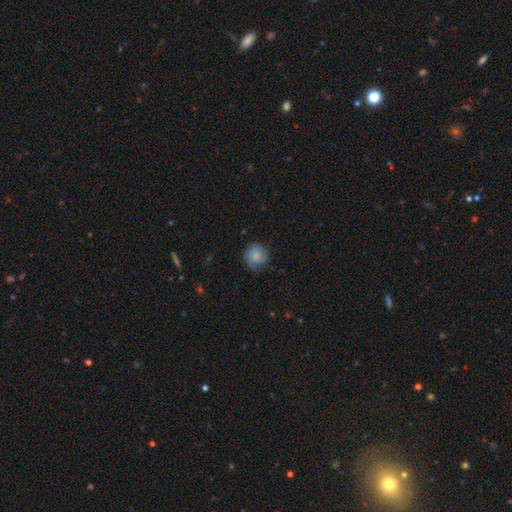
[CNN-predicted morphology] Smooth or featured?
  - smooth: 82% *
  - featured or disk: 10%
  - star or artifact: 8%
How rounded?
  - round: 90% *
  - in between: 9%
  - cigar-shaped: 1%
Merging?
  - none: 77% *
  - minor disturbance: 18%
  - major disturbance: 4%
  - merger: 1%